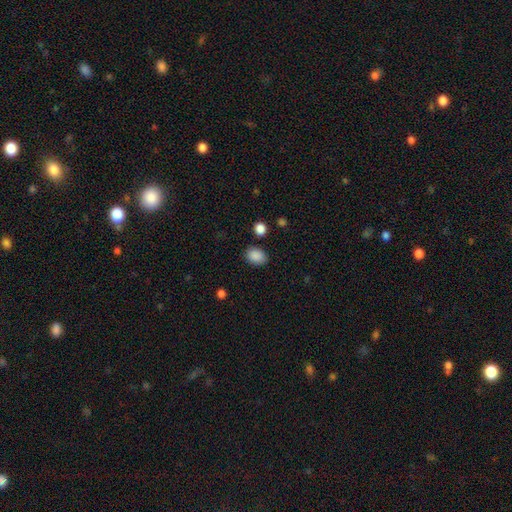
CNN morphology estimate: This is clearly a smooth galaxy (88%). How rounded: likely in between (71%). Merging: clearly none (84%).